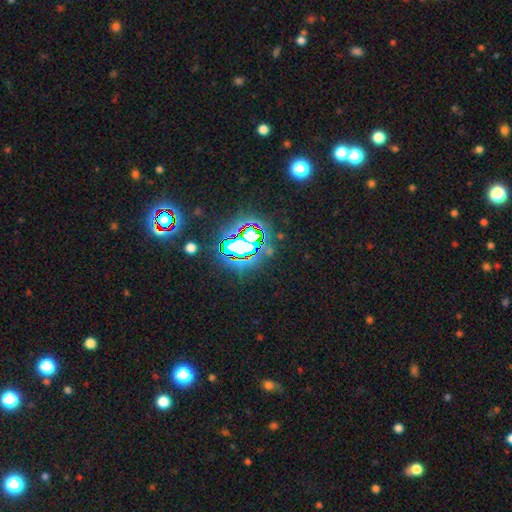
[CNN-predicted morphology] smooth-or-featured: star or artifact: 84% | smooth: 9% | featured or disk: 7%